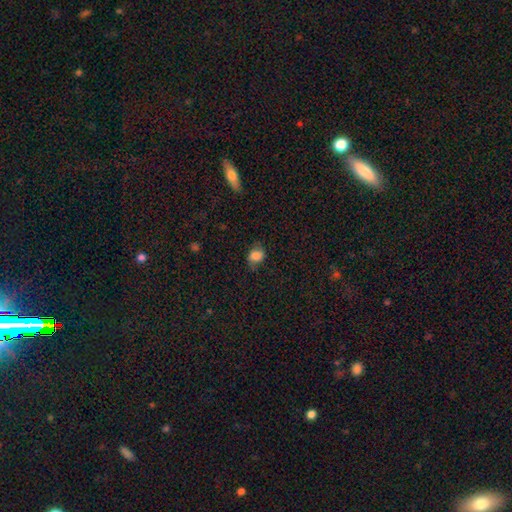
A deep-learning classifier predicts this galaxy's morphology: The model was most divided on "how rounded": in between: 56%, round: 42%, cigar-shaped: 1%. More confident: smooth or featured — smooth (81%); merging — none (66%).